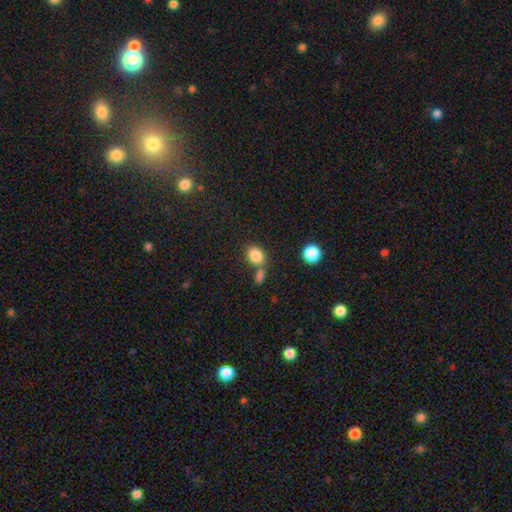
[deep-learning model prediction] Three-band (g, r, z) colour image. It shows a smooth galaxy with no disk features (84%) that is in between round and cigar-shaped (65%). Merging: none (49%).